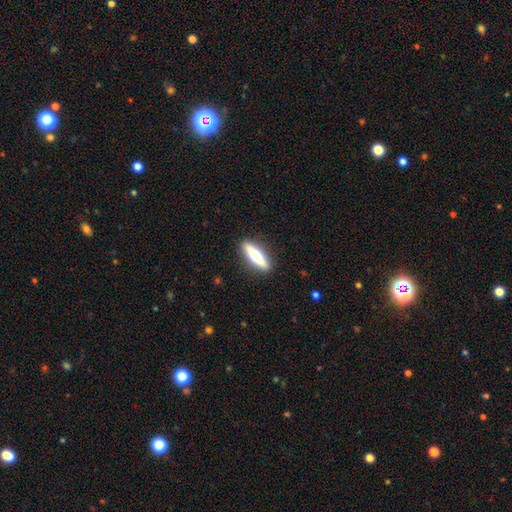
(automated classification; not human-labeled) Smooth or featured?
  - smooth: 50% *
  - featured or disk: 45%
  - star or artifact: 5%
Merging?
  - none: 90% *
  - minor disturbance: 7%
  - major disturbance: 2%
  - merger: 1%